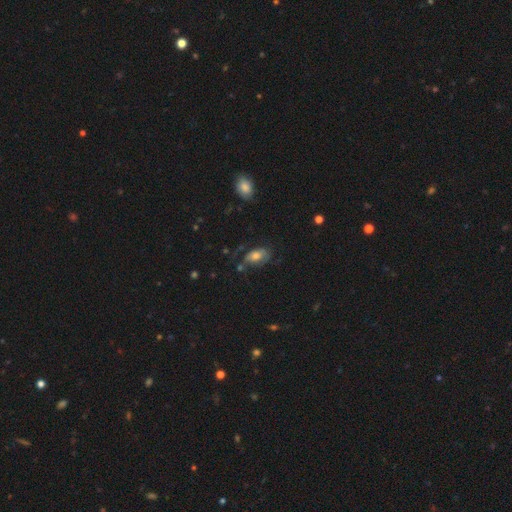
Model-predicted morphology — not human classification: This is possibly a smooth galaxy (56%). How rounded: clearly in between (89%). Merging: marginally none (43%).